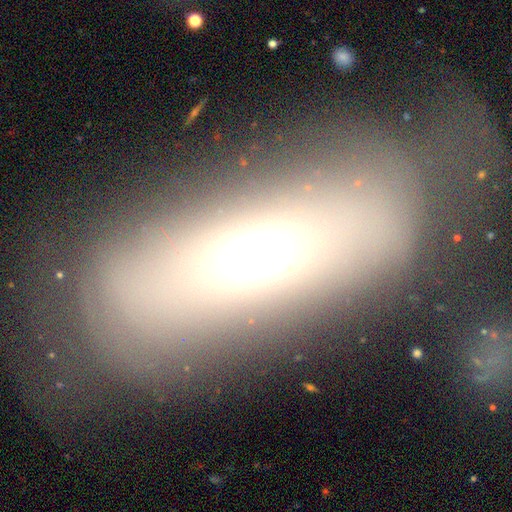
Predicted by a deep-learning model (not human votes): Smooth or featured? smooth (55%)
How rounded? in between (67%)
Merging? none (82%)